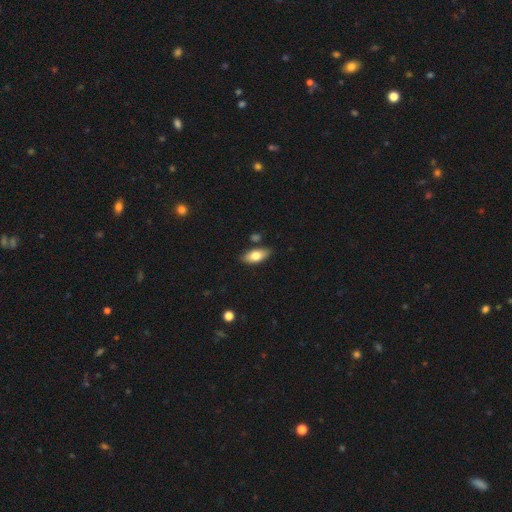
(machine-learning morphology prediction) smooth-or-featured: smooth: 73% | featured or disk: 21% | star or artifact: 6%
  how-rounded: in between: 85% | cigar-shaped: 12% | round: 3%
  merging: none: 83% | minor disturbance: 11% | merger: 4% | major disturbance: 2%